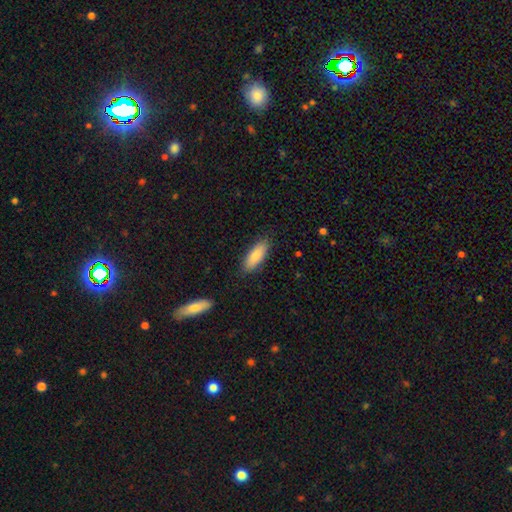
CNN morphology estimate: Smooth or featured? Predicted: smooth (p=0.83). How rounded? Predicted: in between (p=0.65). Merging? Predicted: none (p=0.86).